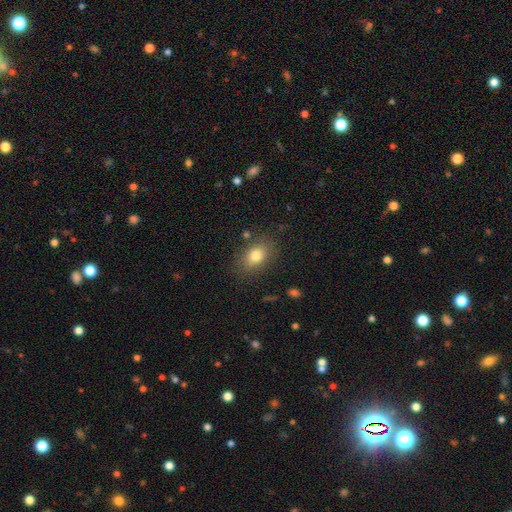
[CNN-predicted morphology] smooth 78%, featured or disk 12%, star or artifact 10%. Down the decision tree: how rounded — in between (79%); merging — none (81%).